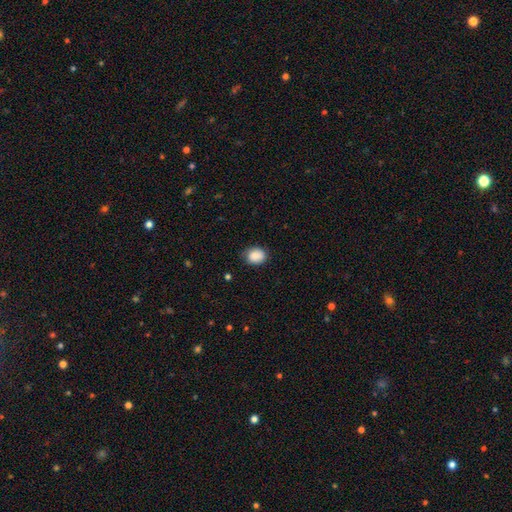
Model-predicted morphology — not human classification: Overall: smooth (89%). How rounded: round (50%; in between 49%). Merging: none (76%).